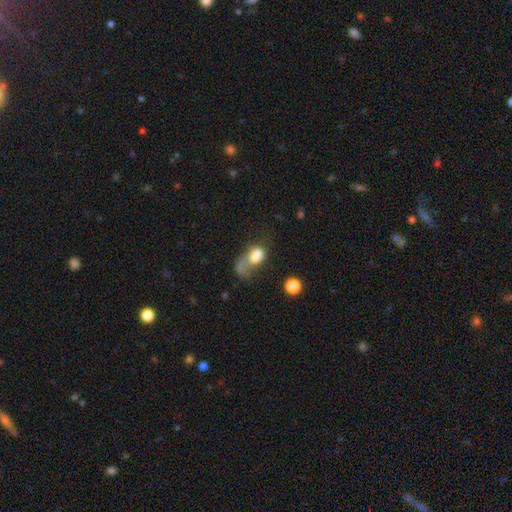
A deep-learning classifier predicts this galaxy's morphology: A smooth galaxy with no disk features (65%) that is in between round and cigar-shaped (73%). Merging: major disturbance (55%).